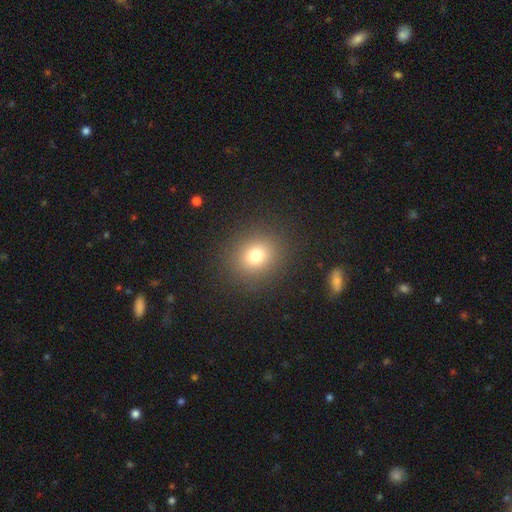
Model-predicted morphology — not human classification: Smooth or featured: smooth — 75% (star or artifact — 16%)
How rounded: round — 75% (in between — 24%)
Merging: none — 88% (minor disturbance — 7%)